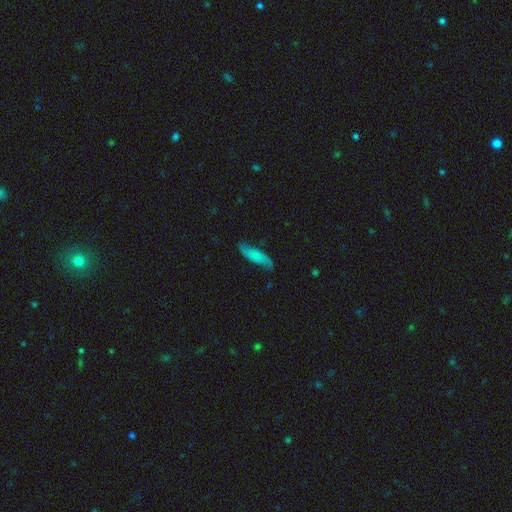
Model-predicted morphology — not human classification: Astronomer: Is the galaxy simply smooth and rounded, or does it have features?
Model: smooth — 55% (runner-up: featured or disk, 38%).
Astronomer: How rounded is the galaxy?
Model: cigar-shaped — 53% (runner-up: in between, 45%).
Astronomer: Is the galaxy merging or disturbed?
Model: none — 74%.